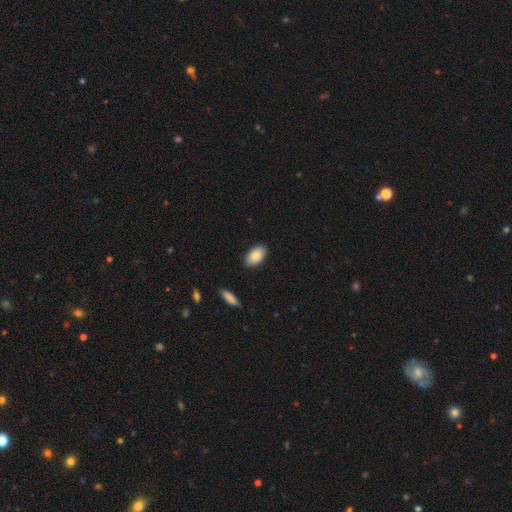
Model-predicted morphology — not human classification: A smooth galaxy with no disk features (86%) that is in between round and cigar-shaped (94%).

Vote fractions:
- Smooth or featured? smooth: 86% / featured or disk: 7% / star or artifact: 6%
- How rounded? in between: 94% / round: 4% / cigar-shaped: 2%
- Merging? none: 87% / minor disturbance: 9% / major disturbance: 2% / merger: 1%